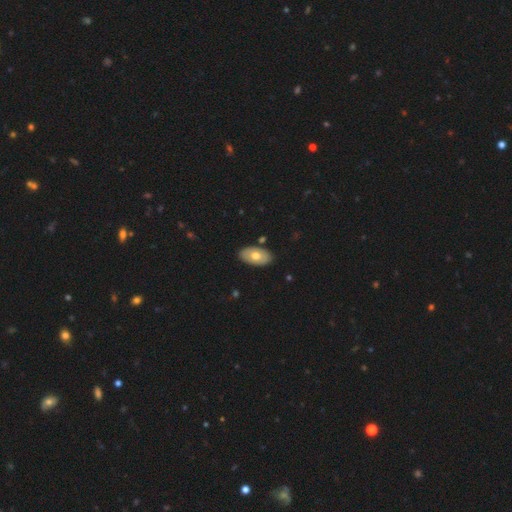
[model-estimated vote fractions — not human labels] Q: Smooth or featured?
A: smooth (63%); runner-up: featured or disk (32%)
Q: How rounded?
A: in between (94%); runner-up: round (4%)
Q: Merging?
A: none (87%); runner-up: minor disturbance (9%)